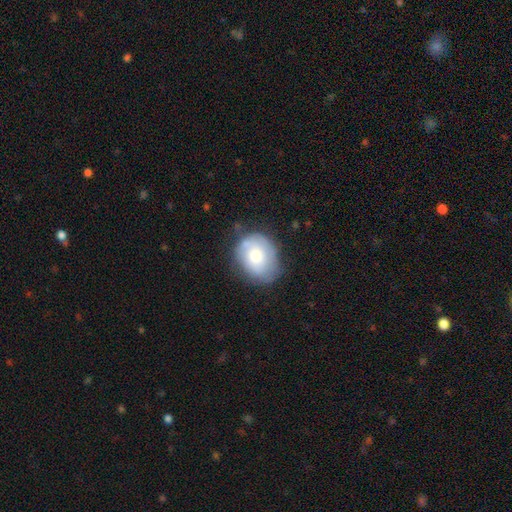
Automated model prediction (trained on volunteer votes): This is likely a smooth galaxy (62%). How rounded: possibly round (51%). Merging: possibly none (58%).